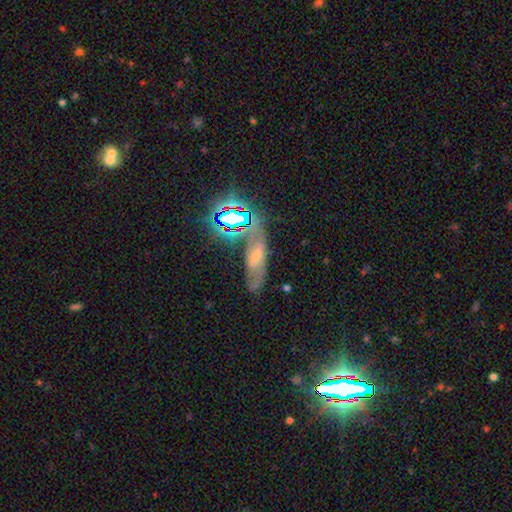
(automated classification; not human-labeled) Morphology: type=star or artifact (40%).